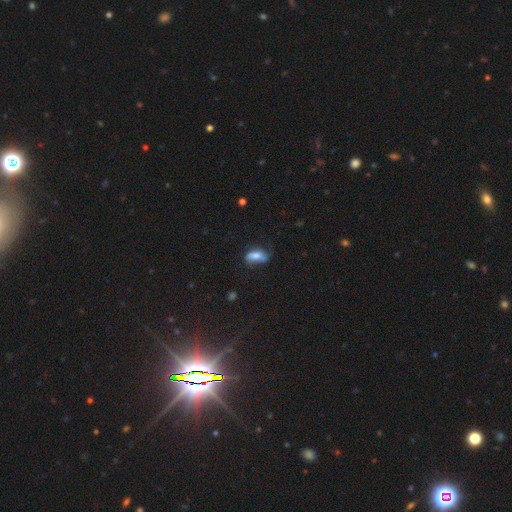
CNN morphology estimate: This is likely a smooth galaxy (70%). How rounded: clearly in between (85%). Merging: possibly none (48%).